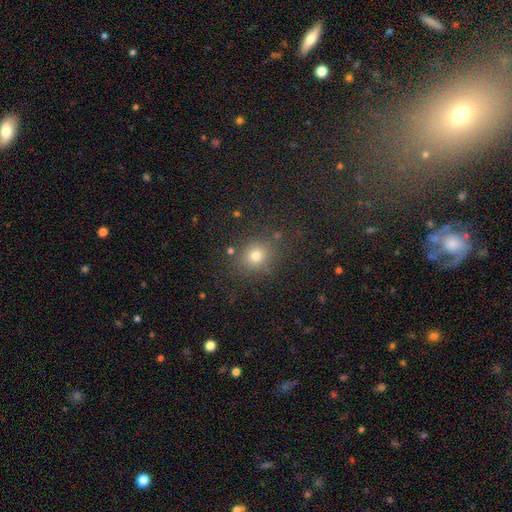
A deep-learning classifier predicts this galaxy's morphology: Smooth or featured?
  - smooth: 74% *
  - star or artifact: 19%
  - featured or disk: 8%
How rounded?
  - round: 75% *
  - in between: 24%
  - cigar-shaped: 1%
Merging?
  - none: 82% *
  - minor disturbance: 10%
  - major disturbance: 4%
  - merger: 4%